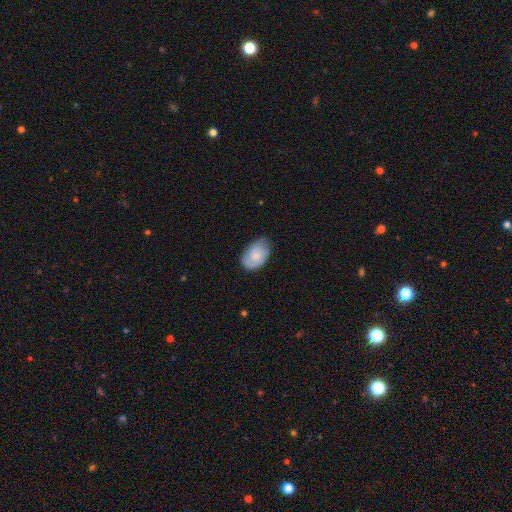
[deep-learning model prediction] Overall: smooth (65%; featured or disk 29%). How rounded: in between (87%). Merging: none (67%; minor disturbance 27%).